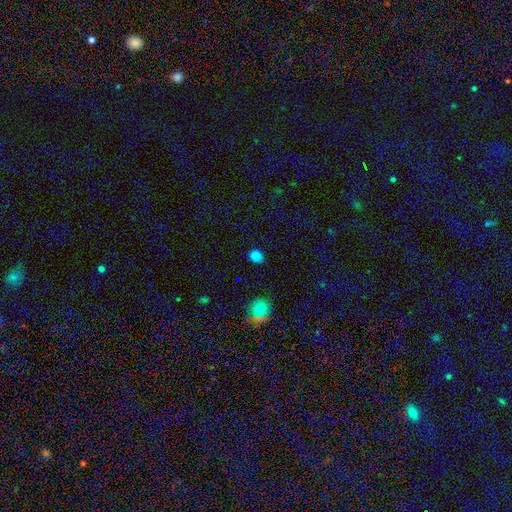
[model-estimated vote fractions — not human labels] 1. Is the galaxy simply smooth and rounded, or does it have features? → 79% smooth, 16% star or artifact, 5% featured or disk.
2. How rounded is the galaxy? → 71% round, 28% in between, 1% cigar-shaped.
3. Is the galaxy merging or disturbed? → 80% none, 14% minor disturbance, 3% major disturbance, 2% merger.